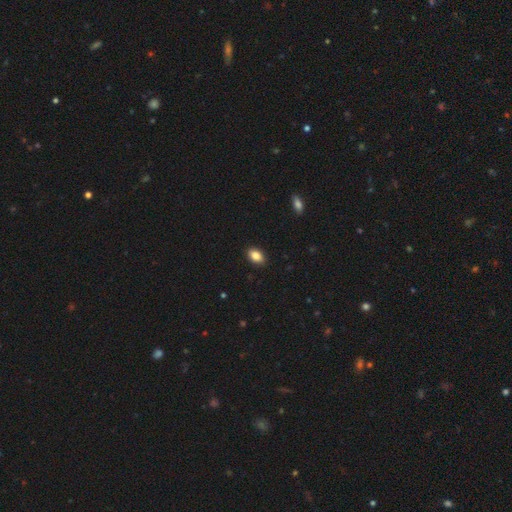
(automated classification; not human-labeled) smooth_or_featured: smooth (p=0.87) [alt: star or artifact p=0.08]
how_rounded: in between (p=0.88) [alt: round p=0.10]
merging: none (p=0.89) [alt: minor disturbance p=0.08]